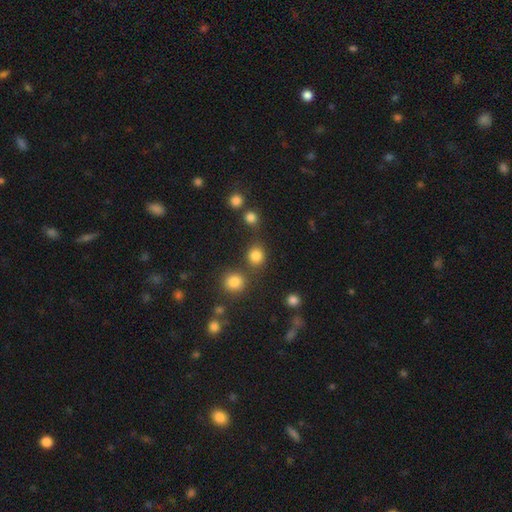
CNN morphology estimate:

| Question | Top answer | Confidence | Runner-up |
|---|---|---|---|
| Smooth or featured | smooth | 82% | star or artifact (13%) |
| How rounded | round | 85% | in between (14%) |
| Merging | none | 70% | merger (15%) |